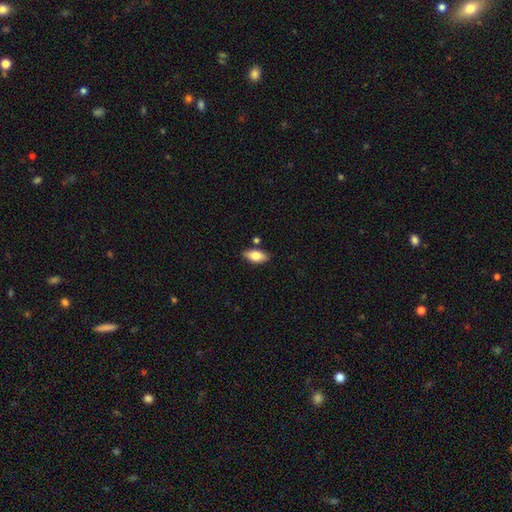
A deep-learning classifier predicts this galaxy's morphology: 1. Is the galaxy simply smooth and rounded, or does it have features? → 76% smooth, 17% featured or disk, 7% star or artifact.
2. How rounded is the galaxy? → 88% in between, 9% cigar-shaped, 3% round.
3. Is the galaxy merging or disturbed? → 83% none, 11% minor disturbance, 4% merger, 2% major disturbance.